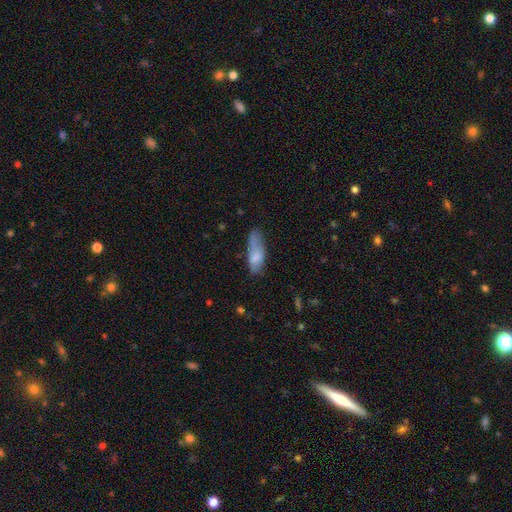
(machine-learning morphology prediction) smooth 75%, featured or disk 18%, star or artifact 7%. Down the decision tree: how rounded — in between (67%); merging — none (49%).